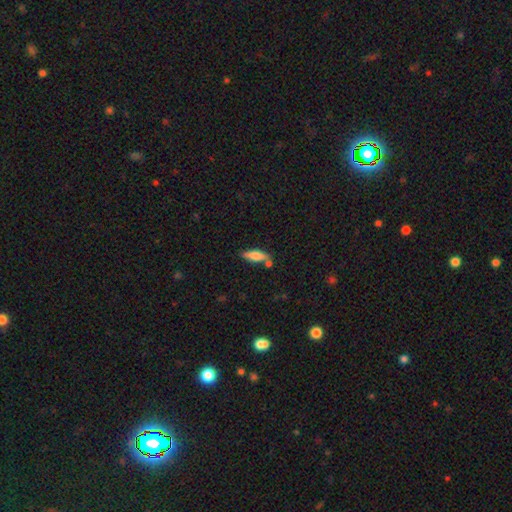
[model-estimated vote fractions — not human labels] A smooth galaxy with no disk features (67%) that is cigar-shaped (52%).

Vote fractions:
- Smooth or featured? smooth: 67% / featured or disk: 27% / star or artifact: 6%
- How rounded? cigar-shaped: 52% / in between: 46% / round: 2%
- Merging? none: 72% / minor disturbance: 14% / merger: 11% / major disturbance: 3%